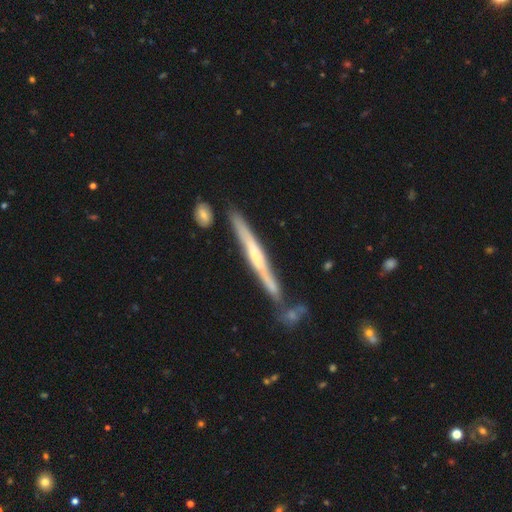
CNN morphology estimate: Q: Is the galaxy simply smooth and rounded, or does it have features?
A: featured or disk — 66%.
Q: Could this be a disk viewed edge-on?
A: yes — 93%.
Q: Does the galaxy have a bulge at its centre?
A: none — 53%.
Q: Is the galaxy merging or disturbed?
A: none — 71%.